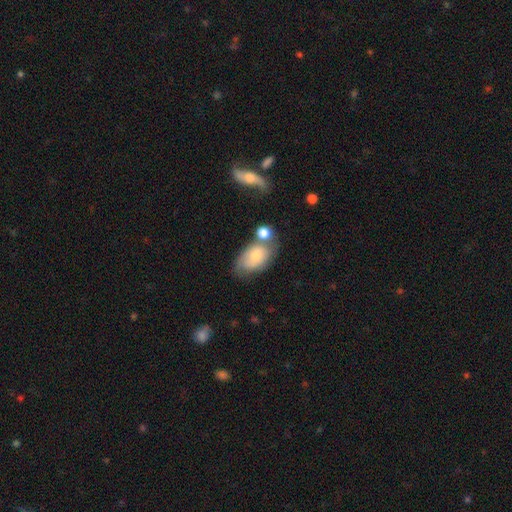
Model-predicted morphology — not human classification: The model was most divided on "merging": none: 41%, merger: 27%, minor disturbance: 22%, major disturbance: 10%. More confident: how rounded — in between (89%); smooth or featured — smooth (67%).